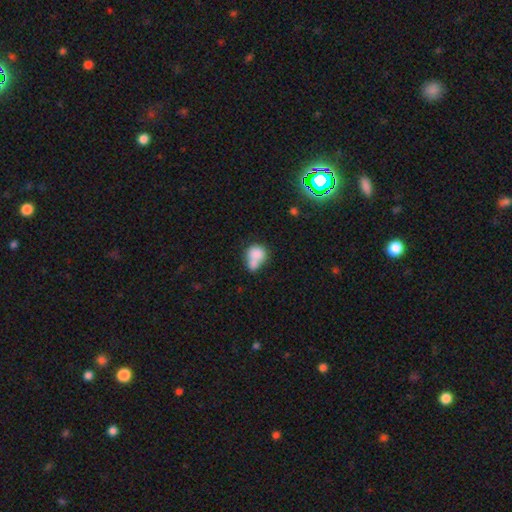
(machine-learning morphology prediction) Overall: smooth (77%). How rounded: round (55%; in between 44%). Merging: merger (52%; none 26%).